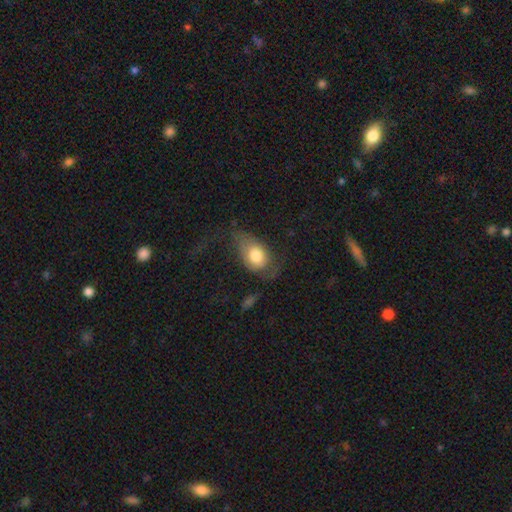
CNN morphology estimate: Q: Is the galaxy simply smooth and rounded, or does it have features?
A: smooth — 69%.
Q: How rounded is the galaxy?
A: in between — 76%.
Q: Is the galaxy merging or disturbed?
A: major disturbance — 39%.